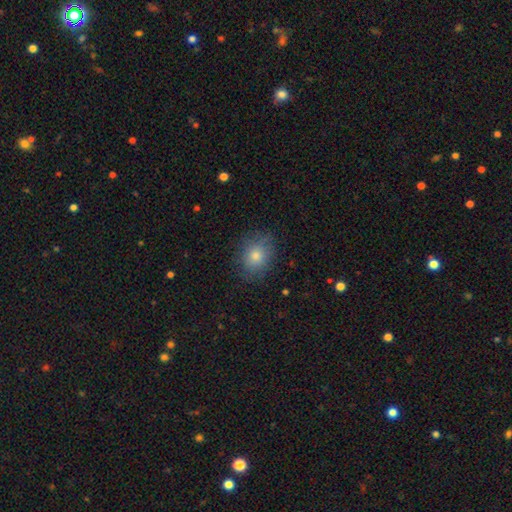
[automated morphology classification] A smooth galaxy with no disk features (78%) that is round (51%).

Vote fractions:
- Smooth or featured? smooth: 78% / star or artifact: 11% / featured or disk: 10%
- How rounded? round: 51% / in between: 48% / cigar-shaped: 1%
- Merging? none: 82% / minor disturbance: 14% / major disturbance: 4% / merger: 1%